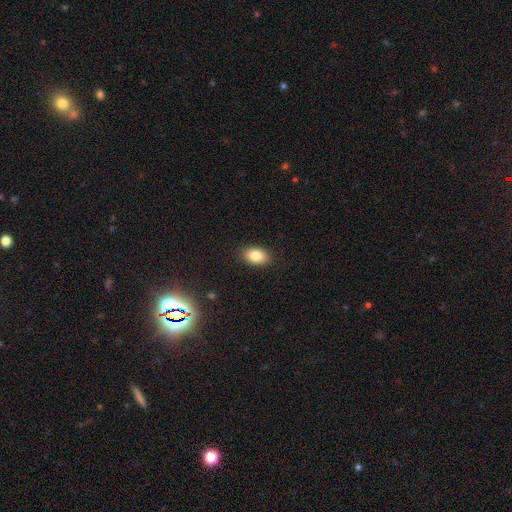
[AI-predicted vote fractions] Smooth or featured?
  - smooth: 83% *
  - star or artifact: 9%
  - featured or disk: 8%
How rounded?
  - in between: 88% *
  - round: 11%
  - cigar-shaped: 2%
Merging?
  - none: 88% *
  - minor disturbance: 9%
  - major disturbance: 2%
  - merger: 1%